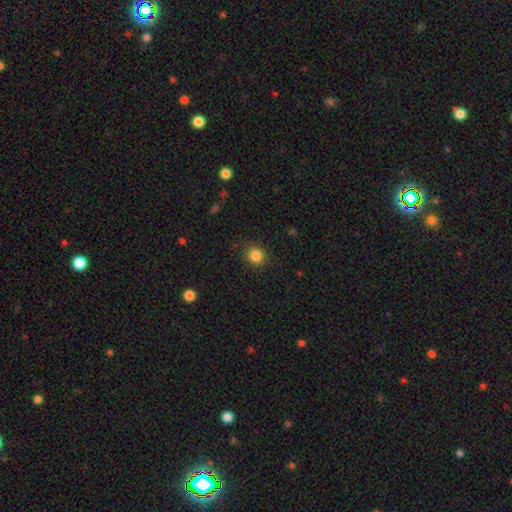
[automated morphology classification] smooth-or-featured: smooth: 85% | star or artifact: 11% | featured or disk: 4%
  how-rounded: round: 88% | in between: 11% | cigar-shaped: 1%
  merging: none: 88% | minor disturbance: 8% | major disturbance: 3% | merger: 1%